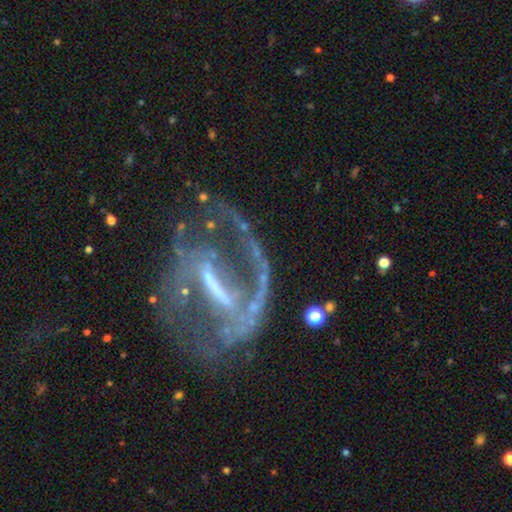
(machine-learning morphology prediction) featured or disk 85%, star or artifact 9%, smooth 6%. Down the decision tree: edge-on disk — no (95%); bar — strong (63%); spiral arms — yes (81%); spiral arm count — 2 (57%); spiral winding — medium (45%); bulge size — none (36%); merging — none (51%).